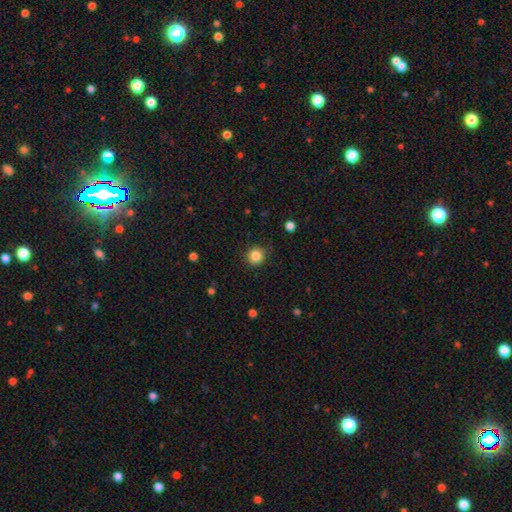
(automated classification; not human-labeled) smooth-or-featured: smooth: 85% | star or artifact: 11% | featured or disk: 4%
  how-rounded: round: 89% | in between: 10% | cigar-shaped: 1%
  merging: none: 86% | minor disturbance: 10% | major disturbance: 3% | merger: 1%